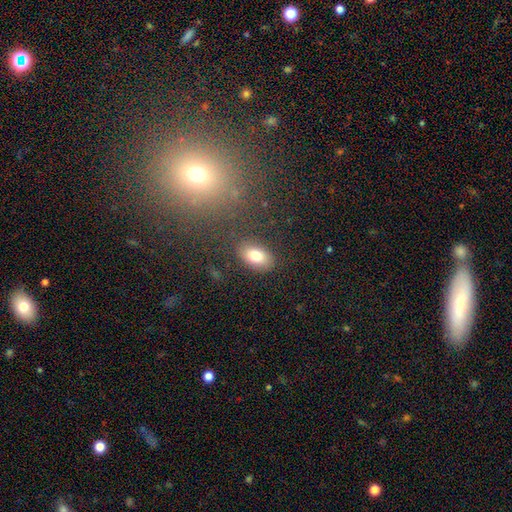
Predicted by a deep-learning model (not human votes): Smooth or featured? Predicted: smooth (p=0.79). How rounded? Predicted: in between (p=0.88). Merging? Predicted: none (p=0.83).